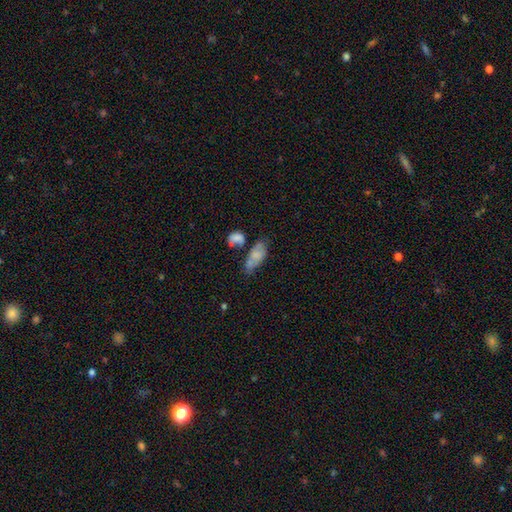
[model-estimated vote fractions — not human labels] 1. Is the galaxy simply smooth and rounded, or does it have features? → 64% smooth, 26% featured or disk, 10% star or artifact.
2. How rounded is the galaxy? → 82% in between, 12% cigar-shaped, 6% round.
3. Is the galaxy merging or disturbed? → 35% merger, 30% none, 20% minor disturbance, 15% major disturbance.